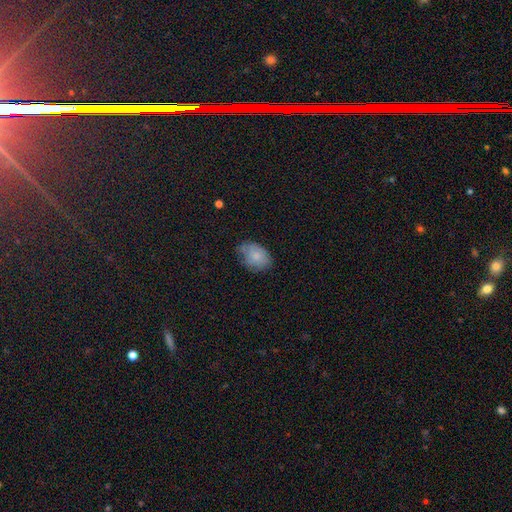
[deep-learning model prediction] Smooth or featured? Predicted: smooth (p=0.74). How rounded? Predicted: in between (p=0.75). Merging? Predicted: none (p=0.58).